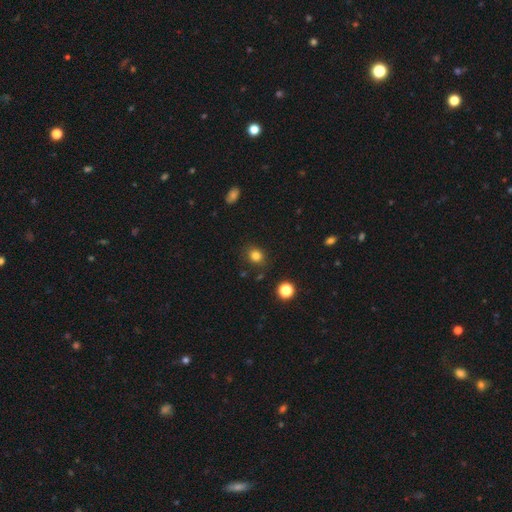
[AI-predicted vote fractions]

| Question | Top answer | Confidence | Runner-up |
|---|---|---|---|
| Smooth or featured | smooth | 82% | star or artifact (13%) |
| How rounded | round | 69% | in between (30%) |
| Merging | none | 83% | minor disturbance (11%) |